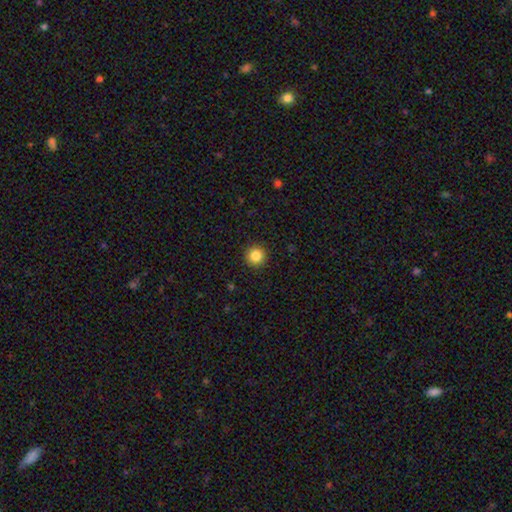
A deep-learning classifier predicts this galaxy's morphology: Smooth or featured? smooth (85%)
How rounded? round (96%)
Merging? none (93%)